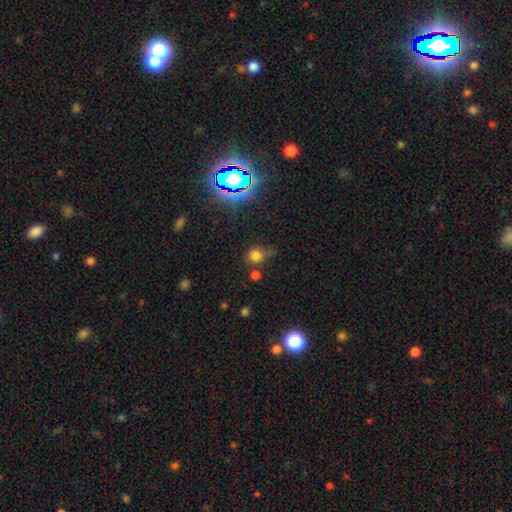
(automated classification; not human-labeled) A smooth galaxy with no disk features (72%) that is round (77%). Merging: none (58%).